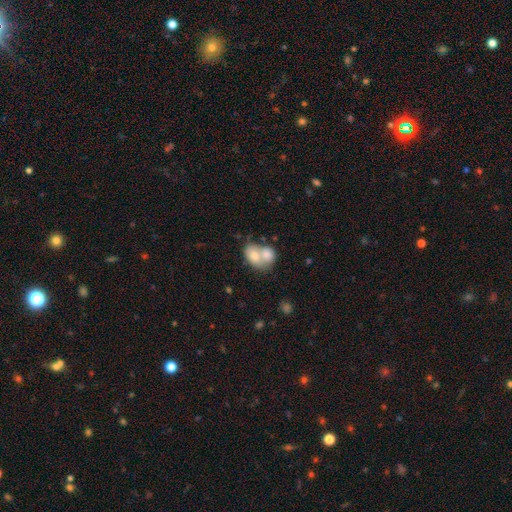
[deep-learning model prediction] Morphology: type=smooth (74%); roundness=in between (74%); merging=merger (74%).